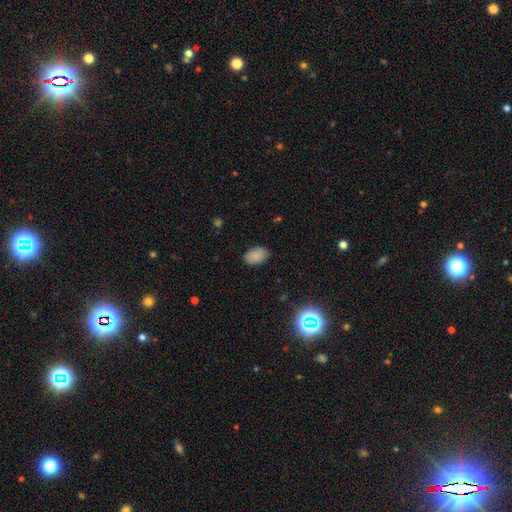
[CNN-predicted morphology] smooth 86%, star or artifact 9%, featured or disk 5%. Down the decision tree: how rounded — in between (89%); merging — none (86%).